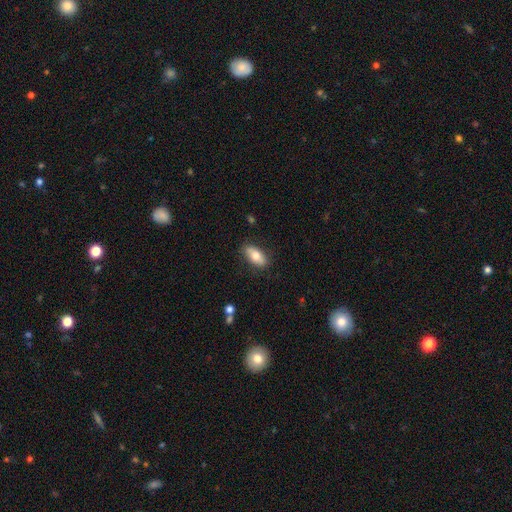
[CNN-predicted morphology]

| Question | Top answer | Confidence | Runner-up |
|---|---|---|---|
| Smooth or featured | smooth | 74% | featured or disk (20%) |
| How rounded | in between | 86% | cigar-shaped (10%) |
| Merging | none | 84% | minor disturbance (12%) |